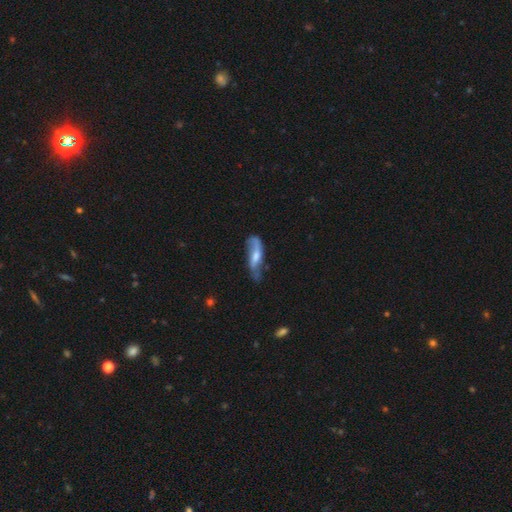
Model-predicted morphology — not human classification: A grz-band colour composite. It shows a featured or disk galaxy (58%). Merging: none (46%).